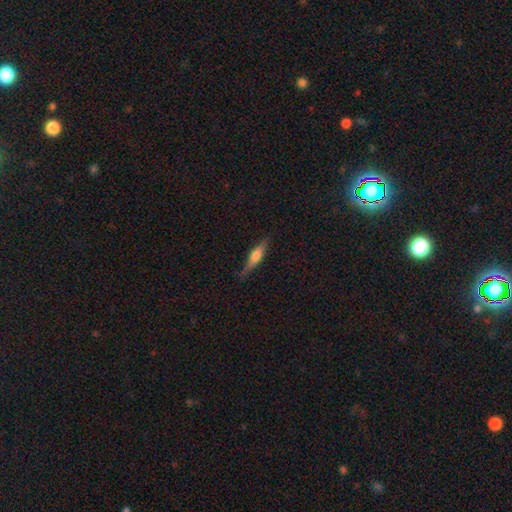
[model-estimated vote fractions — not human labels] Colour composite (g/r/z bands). It shows a smooth galaxy with no disk features (54%) that is cigar-shaped (68%). Merging: none (70%).